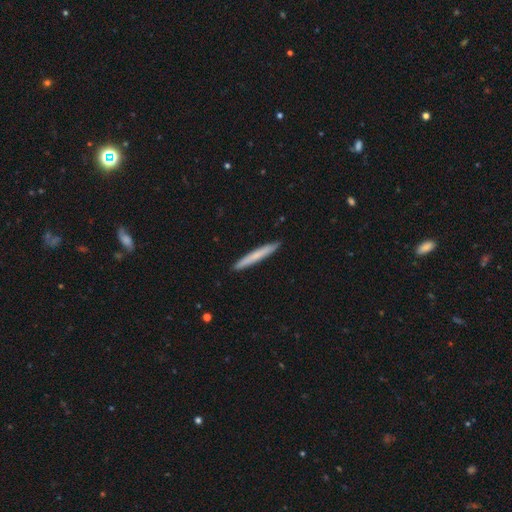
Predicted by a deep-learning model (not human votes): Smooth or featured?
  - smooth: 68% *
  - featured or disk: 27%
  - star or artifact: 5%
How rounded?
  - cigar-shaped: 97% *
  - in between: 2%
  - round: 1%
Merging?
  - none: 92% *
  - minor disturbance: 5%
  - major disturbance: 1%
  - merger: 1%